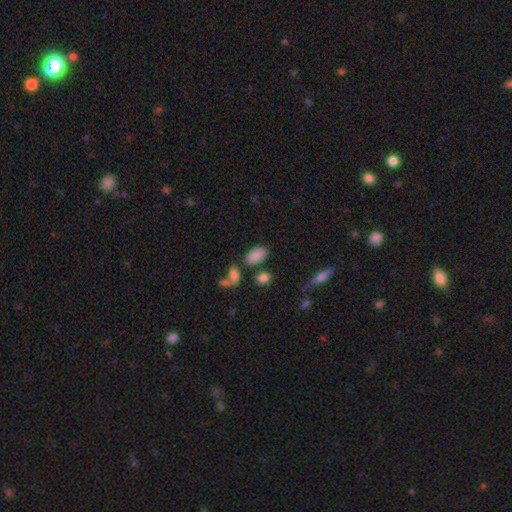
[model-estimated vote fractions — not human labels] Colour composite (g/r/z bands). It shows a smooth galaxy with no disk features (85%) that is in between round and cigar-shaped (93%). Merging: none (72%).